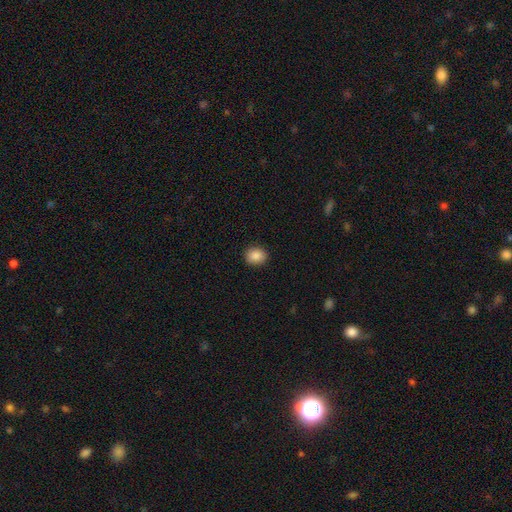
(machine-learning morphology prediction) smooth 87%, star or artifact 9%, featured or disk 4%. Down the decision tree: how rounded — round (64%); merging — none (91%).